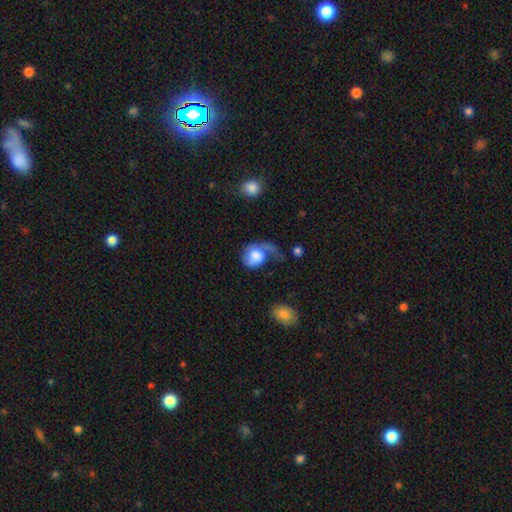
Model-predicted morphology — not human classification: smooth 53%, featured or disk 40%, star or artifact 7%. Down the decision tree: how rounded — round (59%); merging — major disturbance (53%).